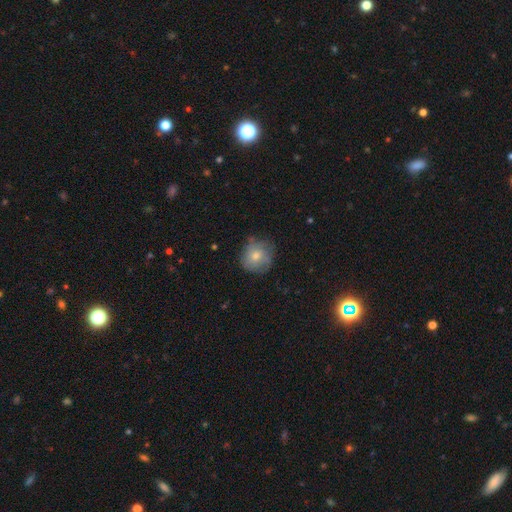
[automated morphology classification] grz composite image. It shows a smooth galaxy with no disk features (60%) that is round (86%). Merging: none (72%).